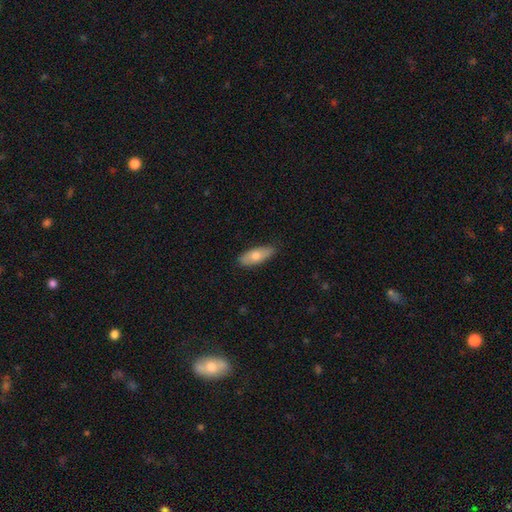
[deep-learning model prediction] Smooth or featured?
  - smooth: 70% *
  - featured or disk: 25%
  - star or artifact: 6%
How rounded?
  - in between: 75% *
  - cigar-shaped: 22%
  - round: 3%
Merging?
  - none: 82% *
  - minor disturbance: 15%
  - major disturbance: 2%
  - merger: 1%